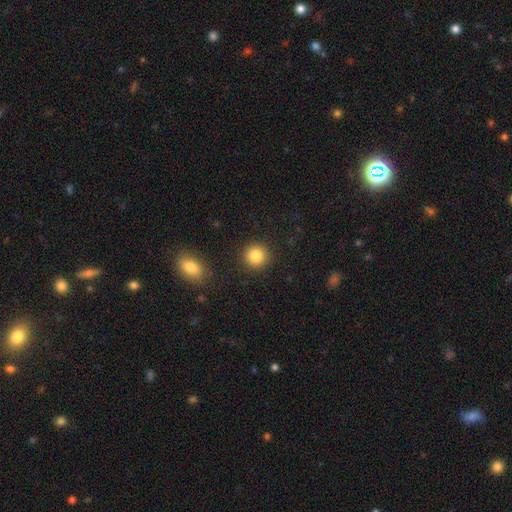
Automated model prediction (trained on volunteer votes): Smooth or featured: smooth — 84% (star or artifact — 10%)
How rounded: round — 93% (in between — 6%)
Merging: none — 90% (minor disturbance — 6%)